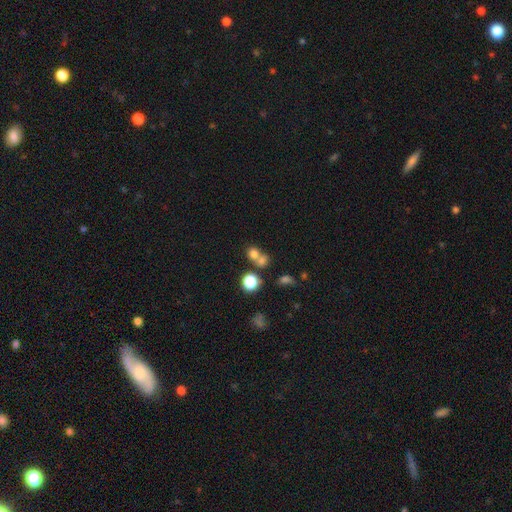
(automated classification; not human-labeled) A smooth galaxy with no disk features (72%) that is round (77%).

Vote fractions:
- Smooth or featured? smooth: 72% / star or artifact: 18% / featured or disk: 10%
- How rounded? round: 77% / in between: 22% / cigar-shaped: 1%
- Merging? merger: 47% / none: 42% / minor disturbance: 7% / major disturbance: 4%